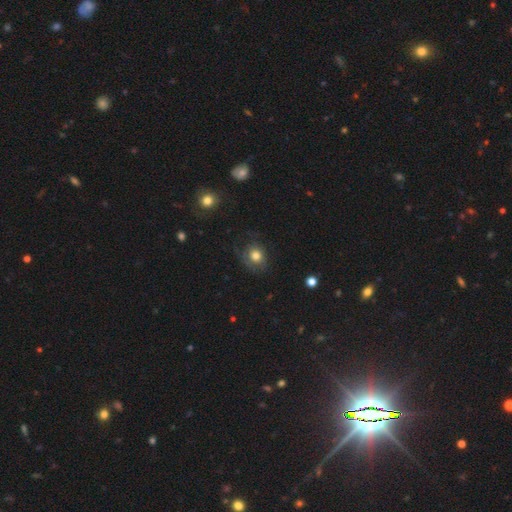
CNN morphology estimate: Q: Smooth or featured?
A: smooth (64%); runner-up: featured or disk (25%)
Q: How rounded?
A: round (70%); runner-up: in between (29%)
Q: Merging?
A: none (63%); runner-up: minor disturbance (21%)